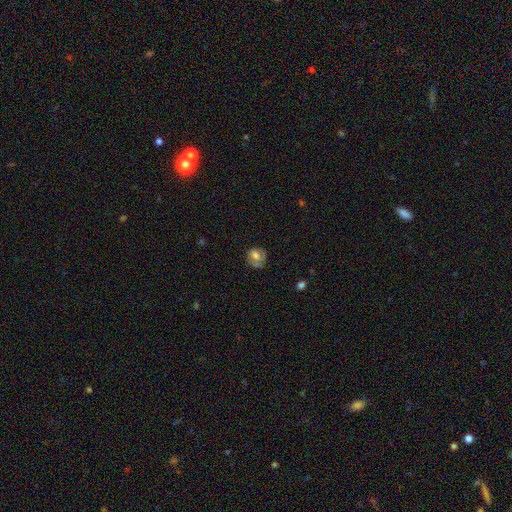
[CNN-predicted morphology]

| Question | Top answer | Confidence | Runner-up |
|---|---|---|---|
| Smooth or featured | smooth | 57% | featured or disk (34%) |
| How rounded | round | 76% | in between (23%) |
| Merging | none | 65% | minor disturbance (23%) |